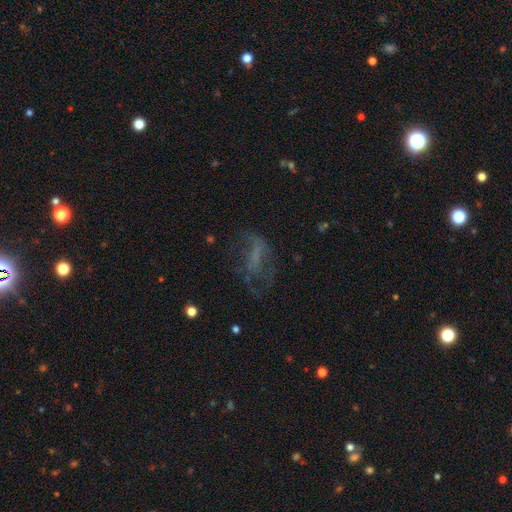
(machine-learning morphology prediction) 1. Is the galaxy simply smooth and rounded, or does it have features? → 47% featured or disk, 32% smooth, 21% star or artifact.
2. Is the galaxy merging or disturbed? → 42% none, 36% major disturbance, 19% minor disturbance, 3% merger.